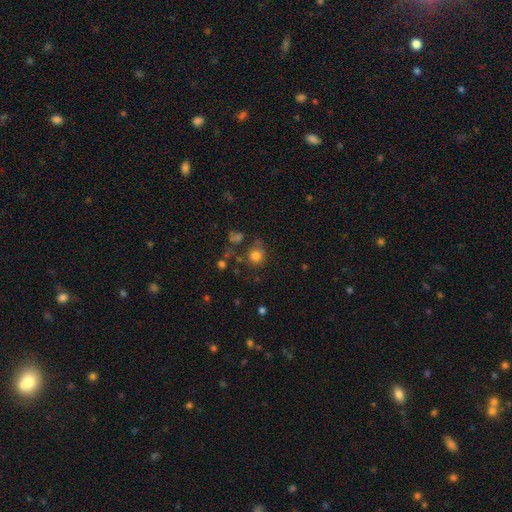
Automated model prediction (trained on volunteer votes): smooth_or_featured: smooth (p=0.78) [alt: star or artifact p=0.13]
how_rounded: round (p=0.86) [alt: in between p=0.13]
merging: none (p=0.65) [alt: minor disturbance p=0.16]